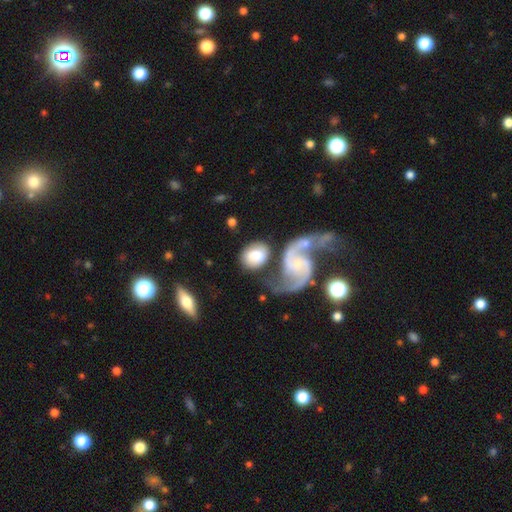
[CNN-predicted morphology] smooth 58%, featured or disk 36%, star or artifact 6%. Down the decision tree: how rounded — in between (55%); merging — none (46%).